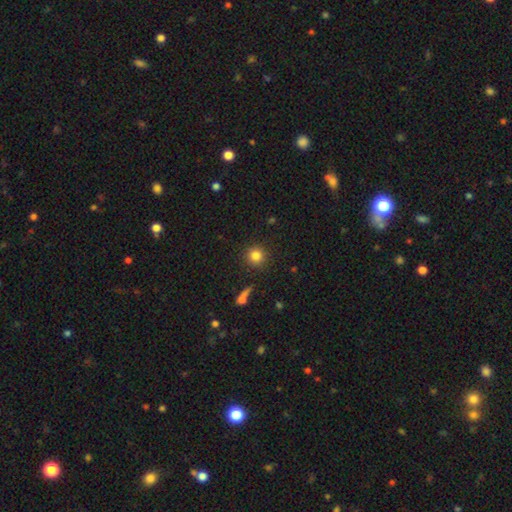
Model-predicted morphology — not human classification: A smooth galaxy with no disk features (82%) that is round (93%).

Vote fractions:
- Smooth or featured? smooth: 82% / star or artifact: 11% / featured or disk: 6%
- How rounded? round: 93% / in between: 6% / cigar-shaped: 1%
- Merging? none: 89% / minor disturbance: 6% / merger: 3% / major disturbance: 3%